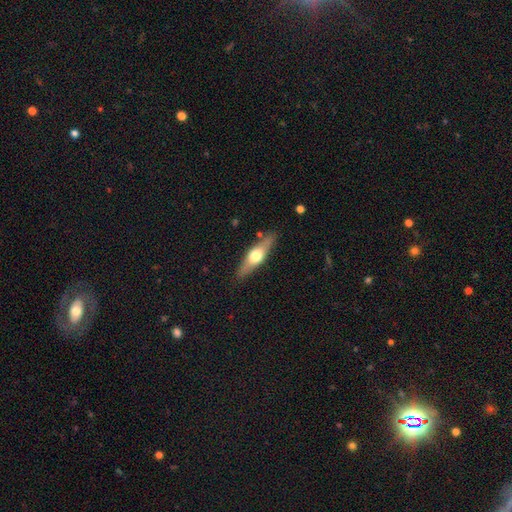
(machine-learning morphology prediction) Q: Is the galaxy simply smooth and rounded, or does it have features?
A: featured or disk — 52%.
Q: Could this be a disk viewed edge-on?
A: yes — 88%.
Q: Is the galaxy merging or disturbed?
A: none — 86%.